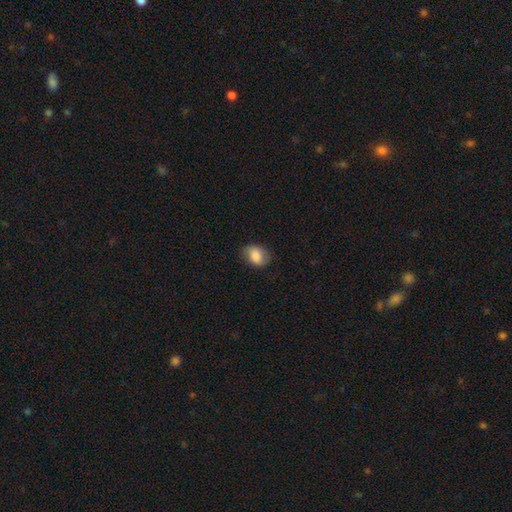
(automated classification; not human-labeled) This appears to be a smooth galaxy with no disk features (83%) that is in between round and cigar-shaped (73%). Merging: none (72%).